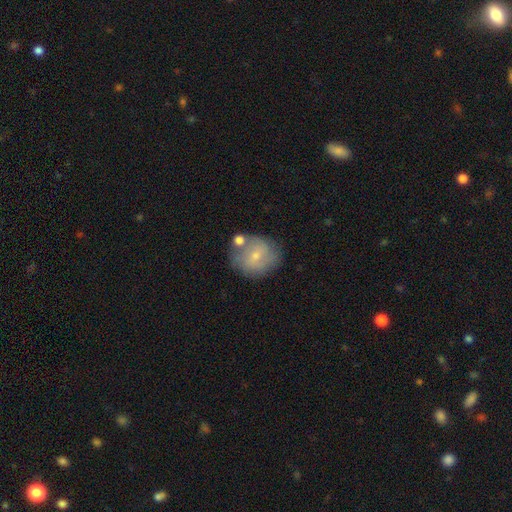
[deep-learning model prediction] smooth 55%, featured or disk 36%, star or artifact 9%. Down the decision tree: how rounded — round (73%); merging — none (58%).